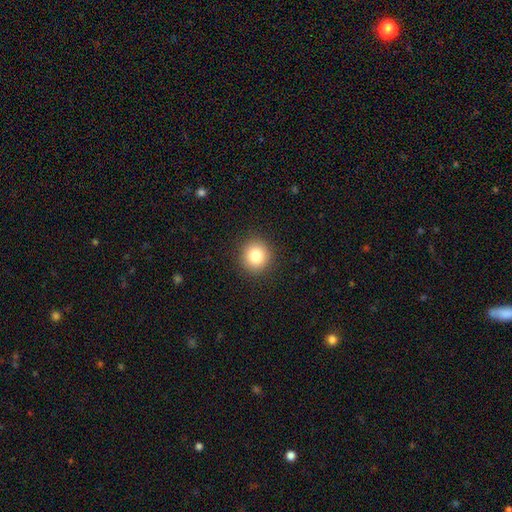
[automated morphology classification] Q: Smooth or featured?
A: smooth (84%); runner-up: star or artifact (10%)
Q: How rounded?
A: round (91%); runner-up: in between (8%)
Q: Merging?
A: none (91%); runner-up: minor disturbance (6%)